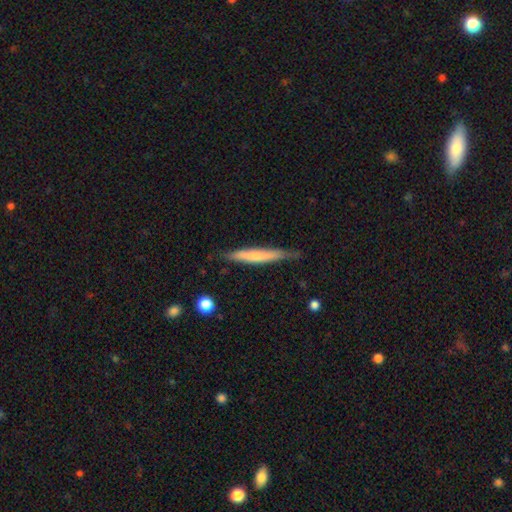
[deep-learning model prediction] Overall: smooth (54%; featured or disk 40%). How rounded: cigar-shaped (94%). Merging: none (77%).